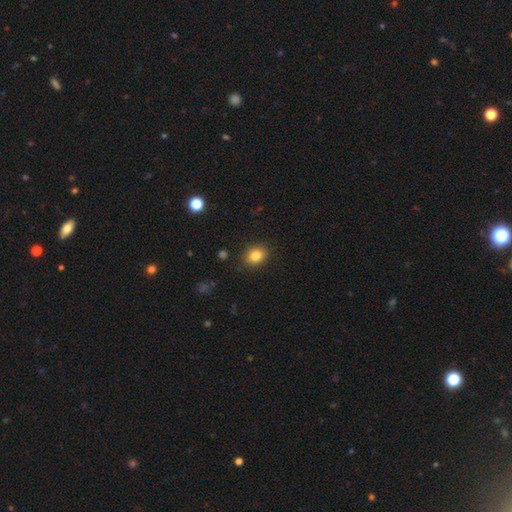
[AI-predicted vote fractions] This is clearly a smooth galaxy (83%). How rounded: possibly round (50%). Merging: clearly none (88%).